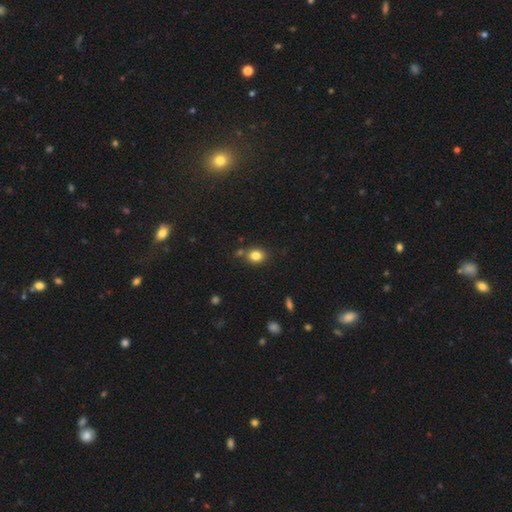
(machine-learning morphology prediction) This appears to be a smooth galaxy with no disk features (82%) that is round (58%). Merging: none (75%).